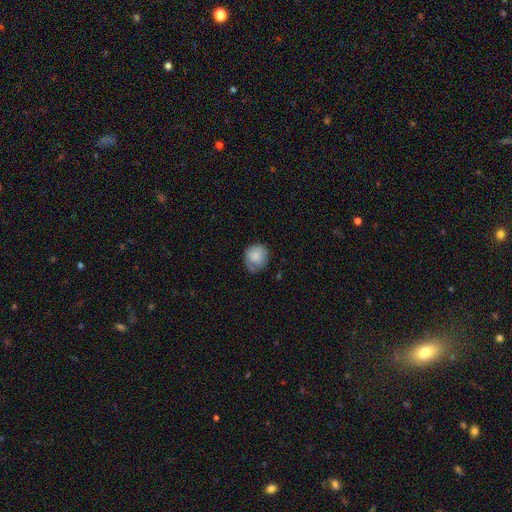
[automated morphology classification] smooth-or-featured: smooth: 81% | featured or disk: 12% | star or artifact: 7%
  how-rounded: round: 82% | in between: 17% | cigar-shaped: 1%
  merging: none: 57% | minor disturbance: 31% | major disturbance: 10% | merger: 2%